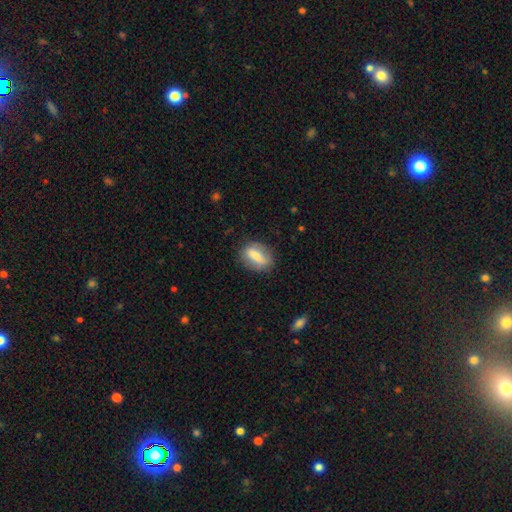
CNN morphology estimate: Smooth or featured?
  - smooth: 64% *
  - featured or disk: 29%
  - star or artifact: 7%
How rounded?
  - in between: 72% *
  - round: 15%
  - cigar-shaped: 13%
Merging?
  - none: 78% *
  - minor disturbance: 16%
  - major disturbance: 5%
  - merger: 1%